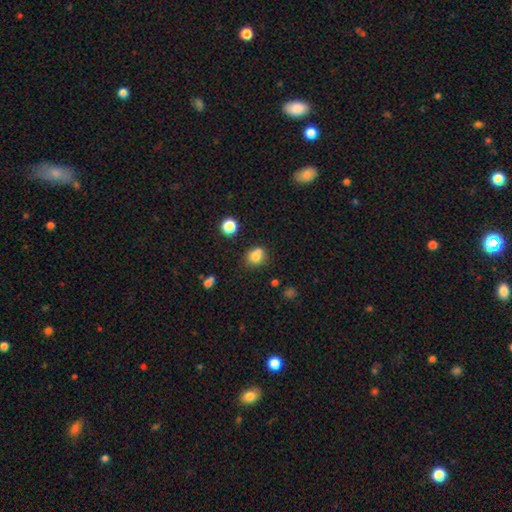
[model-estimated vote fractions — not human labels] Smooth or featured?
  - smooth: 77% *
  - star or artifact: 13%
  - featured or disk: 10%
How rounded?
  - round: 64% *
  - in between: 35%
  - cigar-shaped: 1%
Merging?
  - none: 52% *
  - merger: 23%
  - minor disturbance: 18%
  - major disturbance: 6%